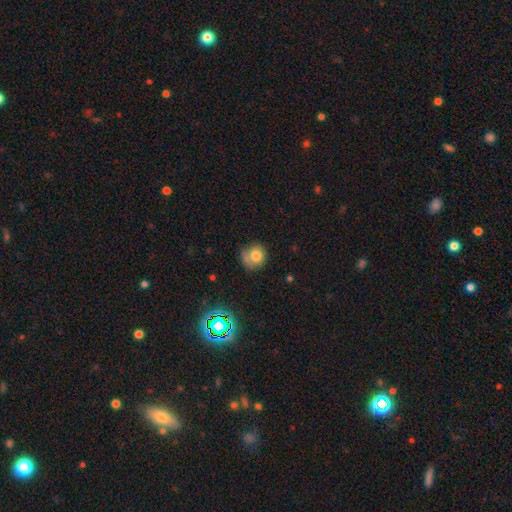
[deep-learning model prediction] Overall: smooth (74%). How rounded: round (82%). Merging: none (56%; minor disturbance 27%).